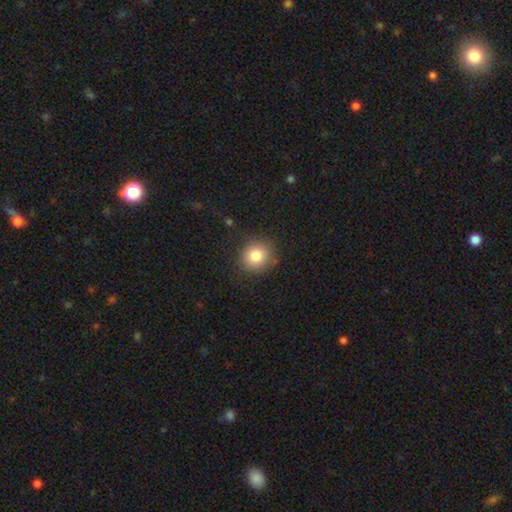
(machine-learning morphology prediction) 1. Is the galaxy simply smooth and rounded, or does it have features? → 82% smooth, 10% star or artifact, 8% featured or disk.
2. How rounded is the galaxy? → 87% round, 12% in between, 1% cigar-shaped.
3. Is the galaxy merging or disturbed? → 84% none, 11% minor disturbance, 4% major disturbance, 1% merger.